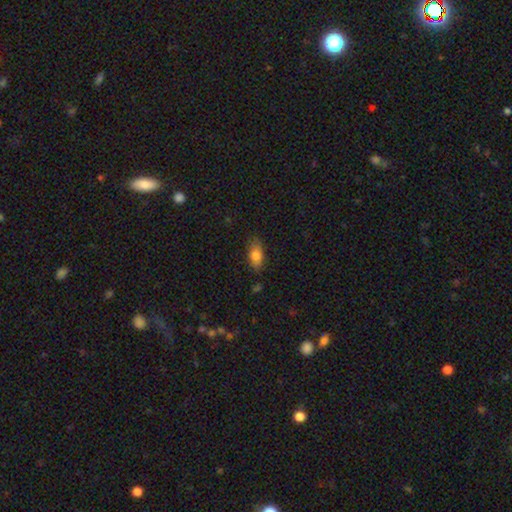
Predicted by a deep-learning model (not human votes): Smooth or featured? Predicted: smooth (p=0.78). How rounded? Predicted: in between (p=0.86). Merging? Predicted: none (p=0.79).